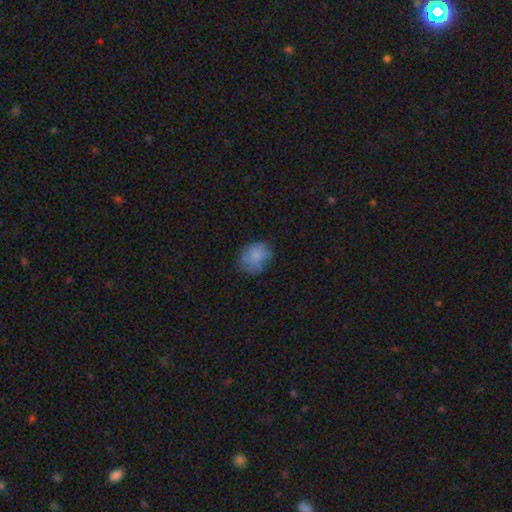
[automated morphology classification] Smooth or featured? Predicted: smooth (p=0.75). How rounded? Predicted: round (p=0.60). Merging? Predicted: none (p=0.62).